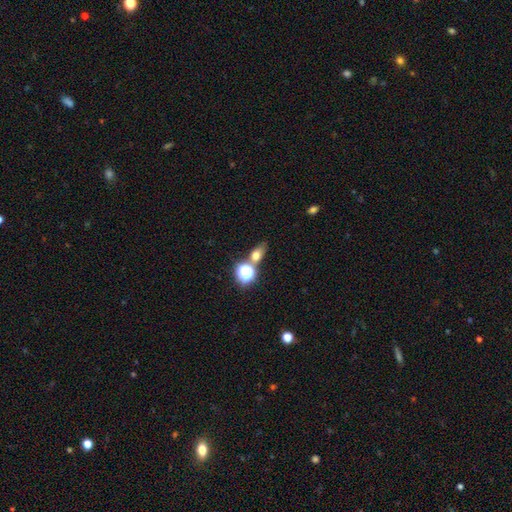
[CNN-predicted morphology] smooth 62%, star or artifact 23%, featured or disk 14%. Down the decision tree: how rounded — in between (61%); merging — none (61%).